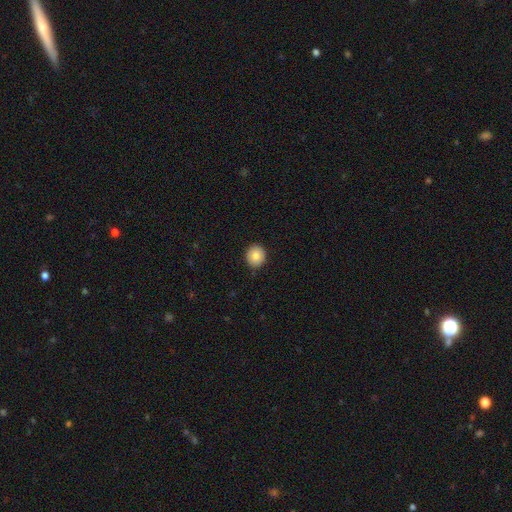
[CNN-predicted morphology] A smooth galaxy with no disk features (85%) that is round (85%). Merging: none (90%).